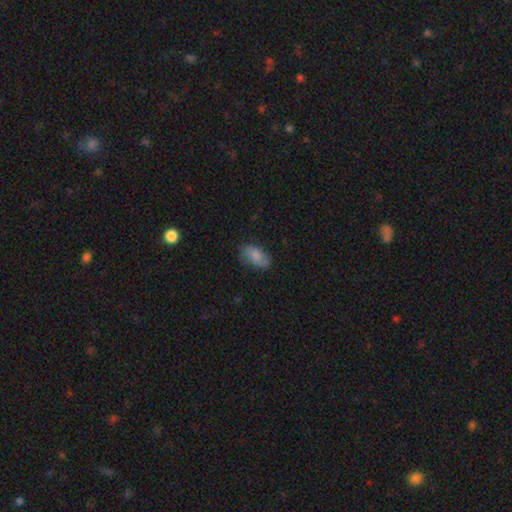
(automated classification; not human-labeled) Smooth or featured: smooth — 80% (featured or disk — 12%)
How rounded: in between — 92% (round — 4%)
Merging: none — 76% (minor disturbance — 18%)